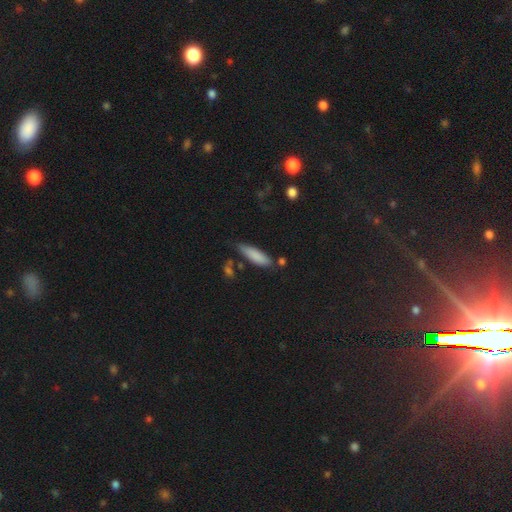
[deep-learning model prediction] This appears to be a smooth galaxy with no disk features (85%) that is cigar-shaped (54%). Merging: none (67%).